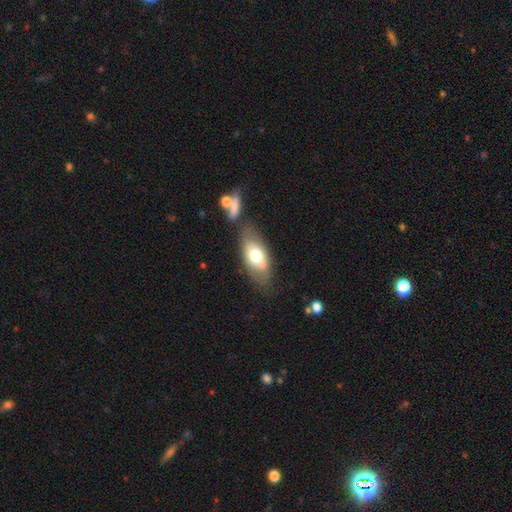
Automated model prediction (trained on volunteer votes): This is likely a smooth galaxy (62%). How rounded: clearly in between (89%). Merging: likely none (67%).